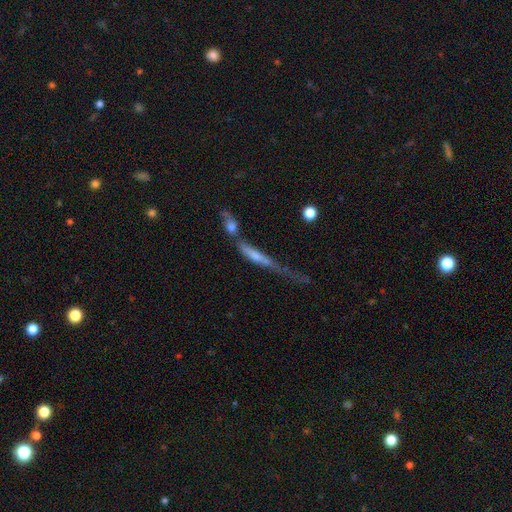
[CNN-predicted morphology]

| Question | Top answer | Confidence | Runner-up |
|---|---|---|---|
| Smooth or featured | smooth | 45% | tied: featured or disk (45%) |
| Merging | merger | 45% | none (21%) |